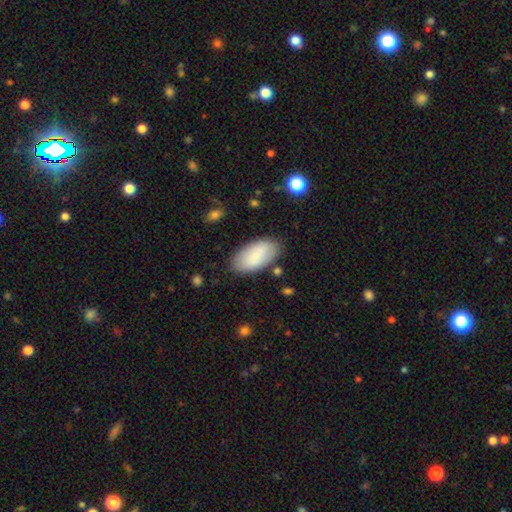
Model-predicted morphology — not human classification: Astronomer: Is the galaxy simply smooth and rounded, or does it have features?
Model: smooth — 81%.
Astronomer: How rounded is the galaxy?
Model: in between — 95%.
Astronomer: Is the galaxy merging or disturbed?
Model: none — 83%.